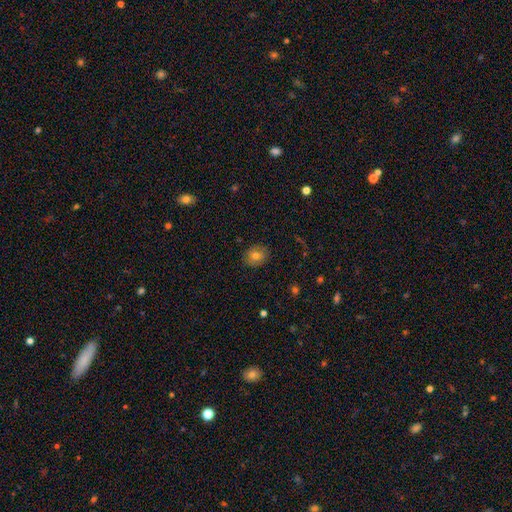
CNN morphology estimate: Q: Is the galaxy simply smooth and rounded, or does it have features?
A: smooth — 77%.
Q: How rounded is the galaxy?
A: round — 59%.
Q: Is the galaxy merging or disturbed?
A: none — 87%.